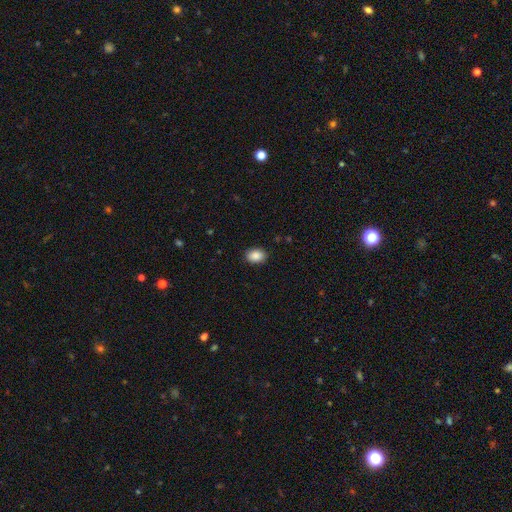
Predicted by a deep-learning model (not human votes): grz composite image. It shows a smooth galaxy with no disk features (89%) that is in between round and cigar-shaped (78%). Merging: none (90%).